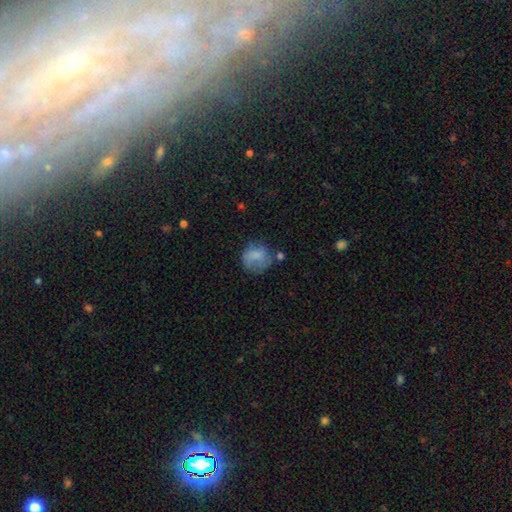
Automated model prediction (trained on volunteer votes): Overall: smooth (73%). How rounded: round (77%). Merging: none (49%; minor disturbance 26%).